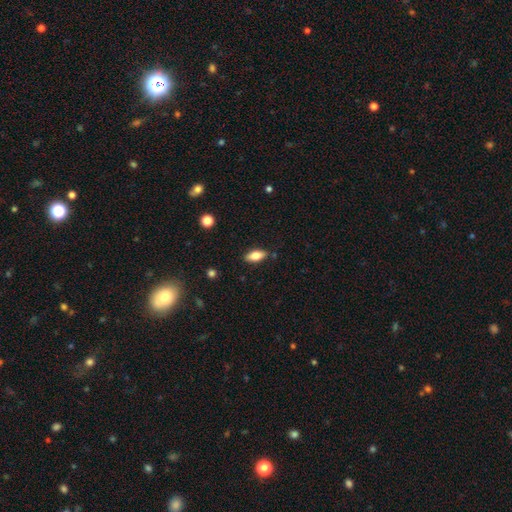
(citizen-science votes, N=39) Morphology: type=smooth (64%); roundness=in between (92%); merging=none (86%).